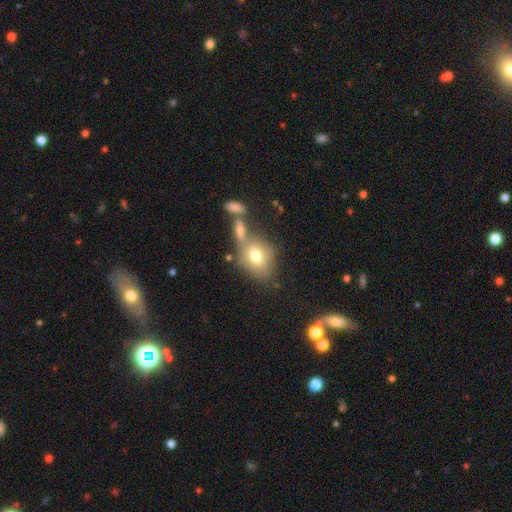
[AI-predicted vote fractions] This is likely a smooth galaxy (73%). How rounded: likely in between (62%). Merging: possibly none (50%).